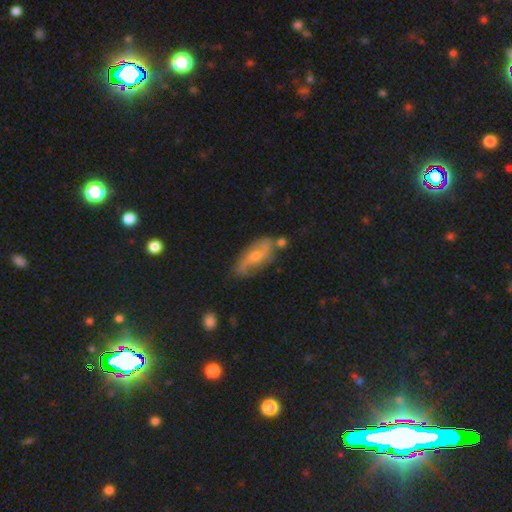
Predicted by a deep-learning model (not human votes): Smooth or featured: featured or disk — 65% (smooth — 27%)
Edge-on disk: no — 88% (yes — 12%)
Bar: no — 51% (weak — 38%)
Spiral arms: yes — 86% (no — 14%)
Bulge size: small — 50% (moderate — 45%)
Merging: none — 69% (minor disturbance — 20%)